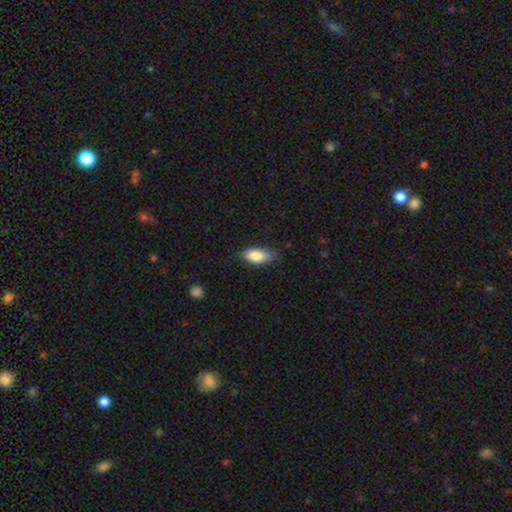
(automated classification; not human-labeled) A smooth galaxy with no disk features (85%) that is in between round and cigar-shaped (87%).

Vote fractions:
- Smooth or featured? smooth: 85% / featured or disk: 8% / star or artifact: 7%
- How rounded? in between: 87% / cigar-shaped: 10% / round: 3%
- Merging? none: 69% / minor disturbance: 25% / major disturbance: 4% / merger: 1%